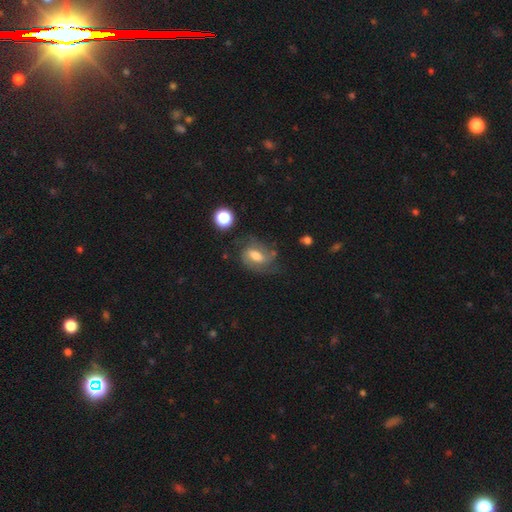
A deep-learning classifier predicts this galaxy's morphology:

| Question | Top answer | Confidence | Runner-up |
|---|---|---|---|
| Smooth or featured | featured or disk | 61% | smooth (29%) |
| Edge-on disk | no | 95% | yes (5%) |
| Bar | weak | 51% | no (29%) |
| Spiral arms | yes | 87% | no (13%) |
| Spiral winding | medium | 49% | tight (28%) |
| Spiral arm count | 2 | 64% | can't tell (18%) |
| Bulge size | moderate | 50% | large (26%) |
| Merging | none | 55% | minor disturbance (23%) |